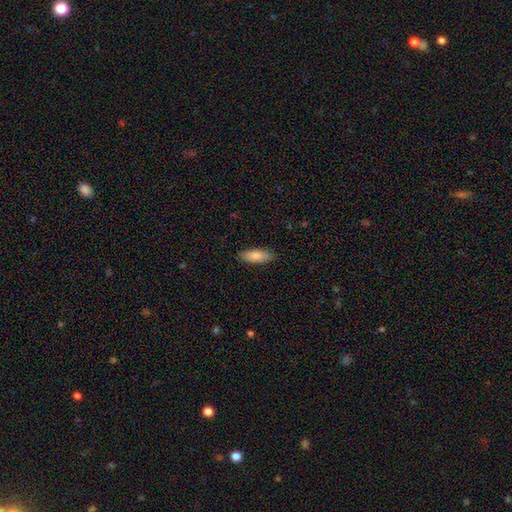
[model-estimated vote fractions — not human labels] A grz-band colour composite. It shows a smooth galaxy with no disk features (85%) that is in between round and cigar-shaped (74%). Merging: none (88%).